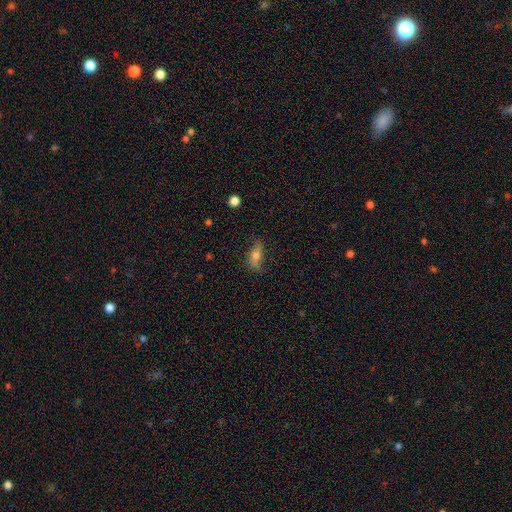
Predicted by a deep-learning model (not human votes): smooth-or-featured: featured or disk: 46% | smooth: 45% | star or artifact: 9%
  merging: none: 67% | minor disturbance: 22% | major disturbance: 9% | merger: 2%